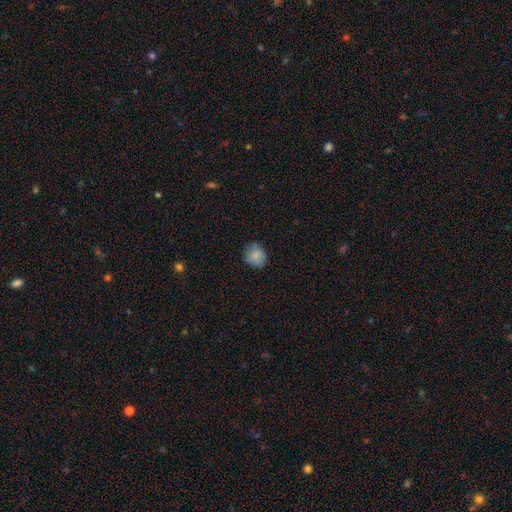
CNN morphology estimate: type=smooth (83%); roundness=round (75%); merging=none (77%).